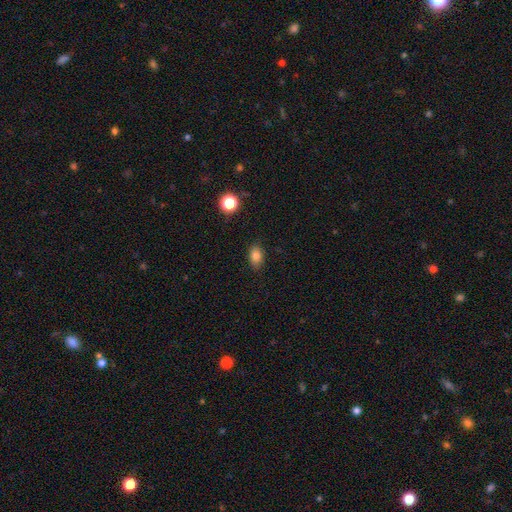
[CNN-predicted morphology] Smooth or featured? smooth (83%)
How rounded? in between (83%)
Merging? none (86%)